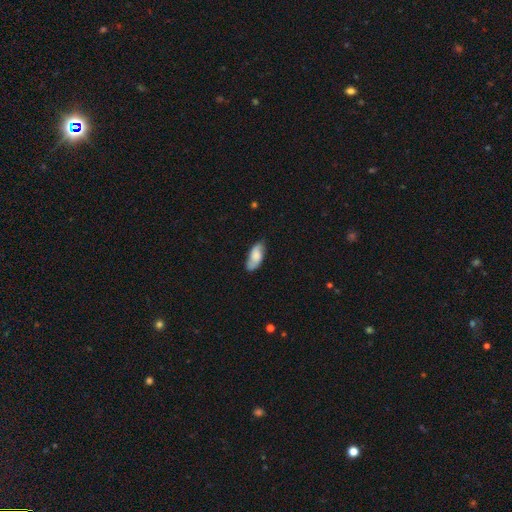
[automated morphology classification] A smooth galaxy with no disk features (60%) that is in between round and cigar-shaped (86%).

Vote fractions:
- Smooth or featured? smooth: 60% / featured or disk: 33% / star or artifact: 7%
- How rounded? in between: 86% / cigar-shaped: 12% / round: 2%
- Merging? none: 76% / minor disturbance: 19% / major disturbance: 4% / merger: 1%